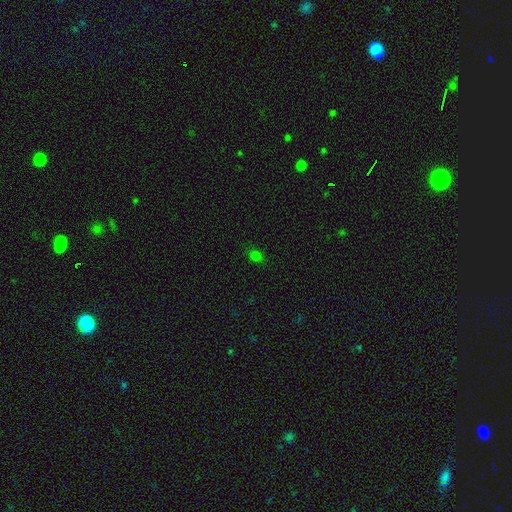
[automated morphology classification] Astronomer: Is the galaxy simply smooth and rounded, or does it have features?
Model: smooth — 72%.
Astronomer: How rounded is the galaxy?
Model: round — 53% (runner-up: in between, 46%).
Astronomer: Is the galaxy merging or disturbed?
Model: none — 85%.